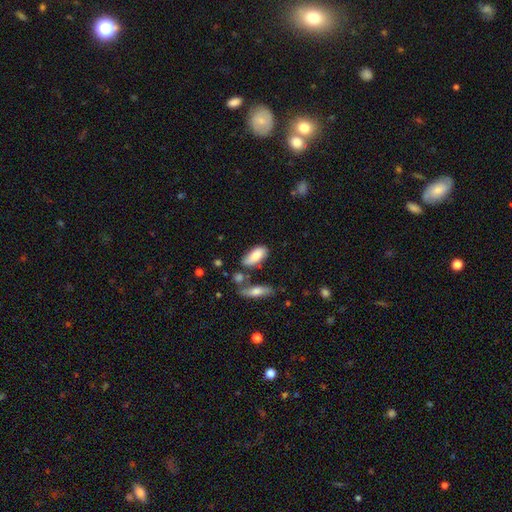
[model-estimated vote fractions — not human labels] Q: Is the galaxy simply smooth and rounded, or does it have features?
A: smooth — 79%.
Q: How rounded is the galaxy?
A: in between — 85%.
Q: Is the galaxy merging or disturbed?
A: none — 62%.